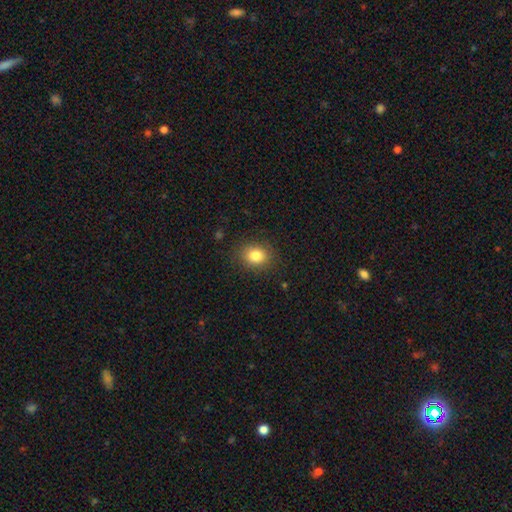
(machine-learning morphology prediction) smooth 83%, star or artifact 10%, featured or disk 7%. Down the decision tree: how rounded — round (53%); merging — none (86%).